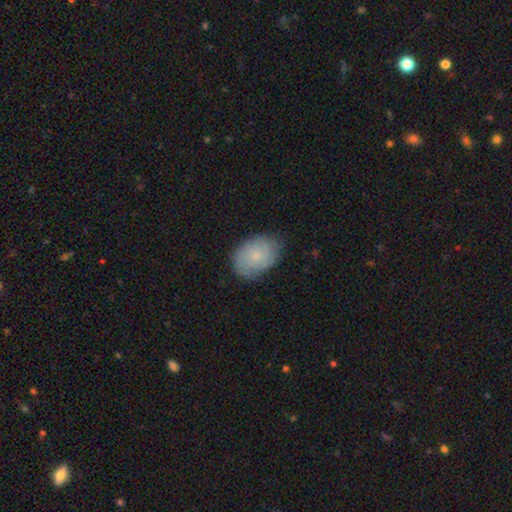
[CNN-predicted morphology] A smooth galaxy with no disk features (56%) that is in between round and cigar-shaped (77%).

Vote fractions:
- Smooth or featured? smooth: 56% / featured or disk: 37% / star or artifact: 7%
- How rounded? in between: 77% / round: 22% / cigar-shaped: 1%
- Merging? none: 73% / minor disturbance: 22% / major disturbance: 5% / merger: 1%